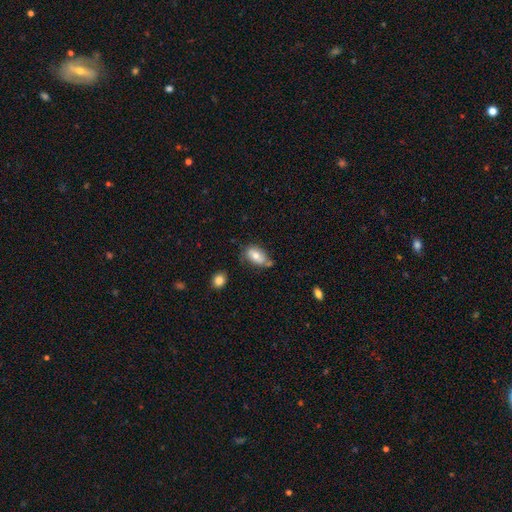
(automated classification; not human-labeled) smooth-or-featured: smooth: 70% | featured or disk: 23% | star or artifact: 8%
  how-rounded: in between: 88% | round: 10% | cigar-shaped: 2%
  merging: none: 50% | minor disturbance: 28% | merger: 13% | major disturbance: 8%